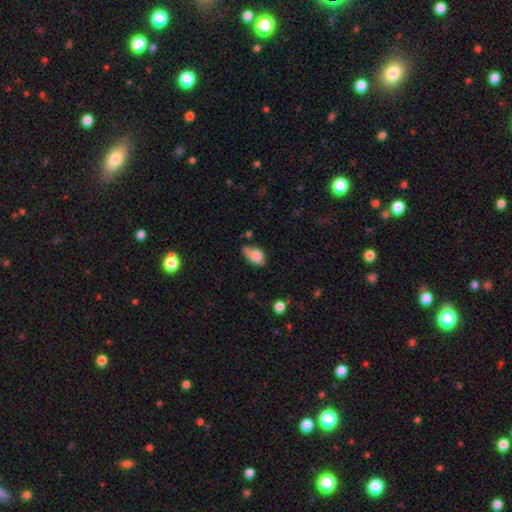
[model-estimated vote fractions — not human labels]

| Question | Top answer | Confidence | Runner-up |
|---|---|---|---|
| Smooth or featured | smooth | 78% | featured or disk (13%) |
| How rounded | in between | 78% | round (20%) |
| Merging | none | 36% | minor disturbance (35%) |